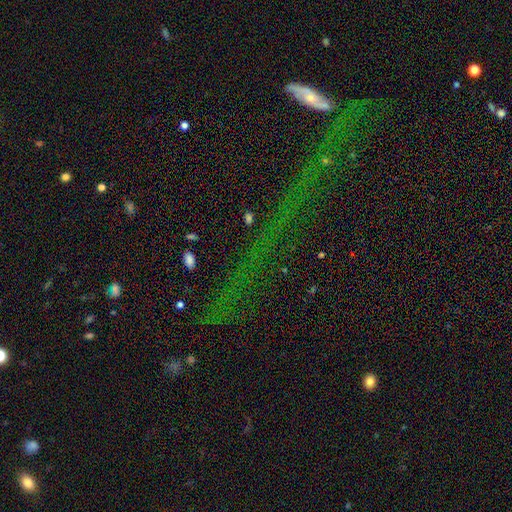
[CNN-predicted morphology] Smooth or featured? star or artifact (75%)